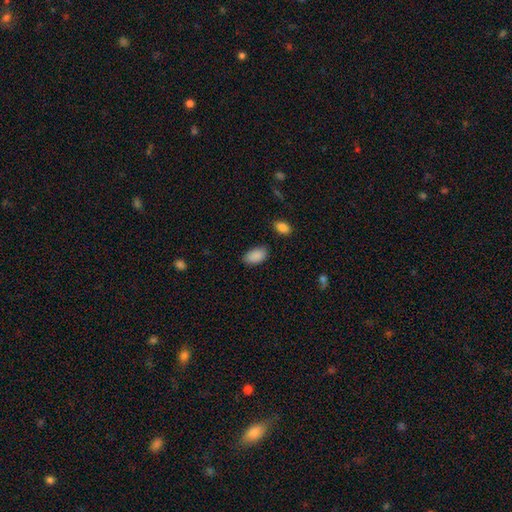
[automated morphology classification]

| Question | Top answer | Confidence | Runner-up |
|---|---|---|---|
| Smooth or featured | smooth | 89% | star or artifact (7%) |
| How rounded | in between | 93% | round (5%) |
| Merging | none | 83% | minor disturbance (13%) |